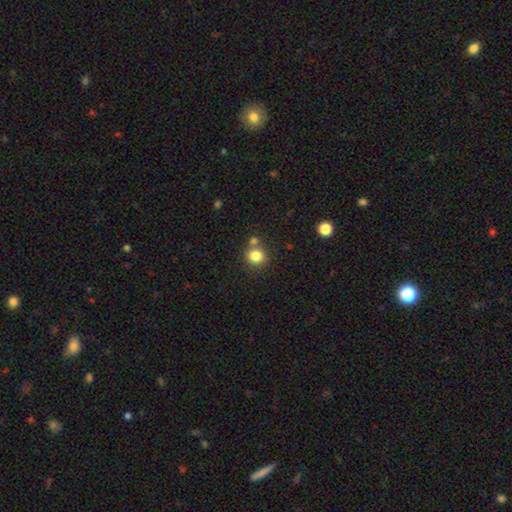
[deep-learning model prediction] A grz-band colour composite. It shows a smooth galaxy with no disk features (82%) that is round (82%). Merging: none (67%).